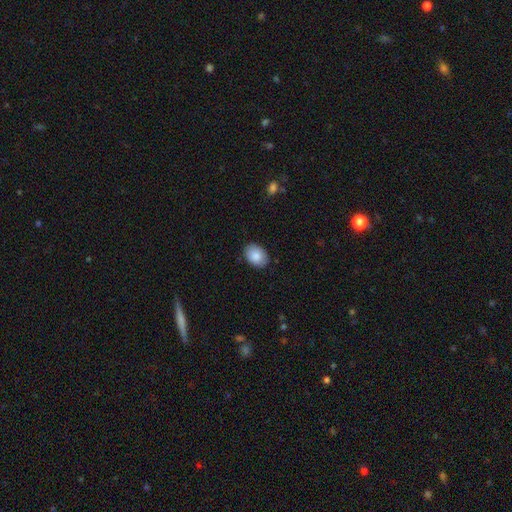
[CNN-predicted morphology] smooth 87%, star or artifact 7%, featured or disk 6%. Down the decision tree: how rounded — in between (76%); merging — none (87%).